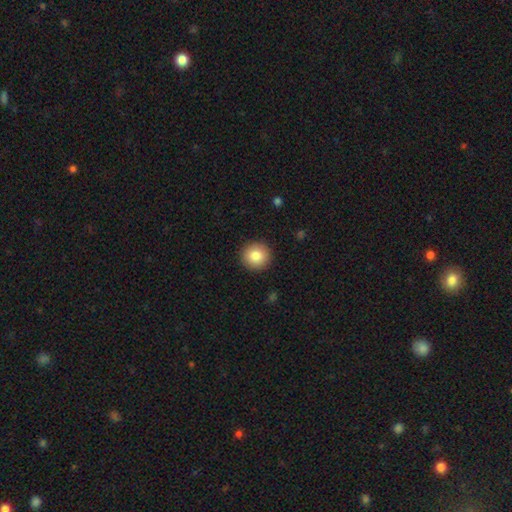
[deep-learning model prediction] This appears to be a smooth galaxy with no disk features (84%) that is round (93%). Merging: none (92%).